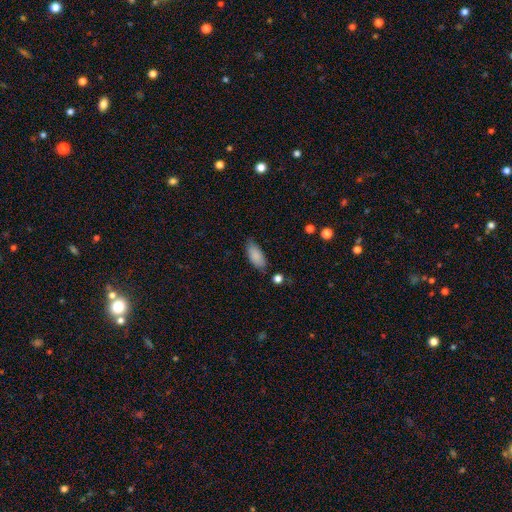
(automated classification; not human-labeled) smooth-or-featured: smooth: 86% | featured or disk: 7% | star or artifact: 7%
  how-rounded: in between: 86% | cigar-shaped: 12% | round: 2%
  merging: none: 78% | minor disturbance: 16% | major disturbance: 3% | merger: 3%